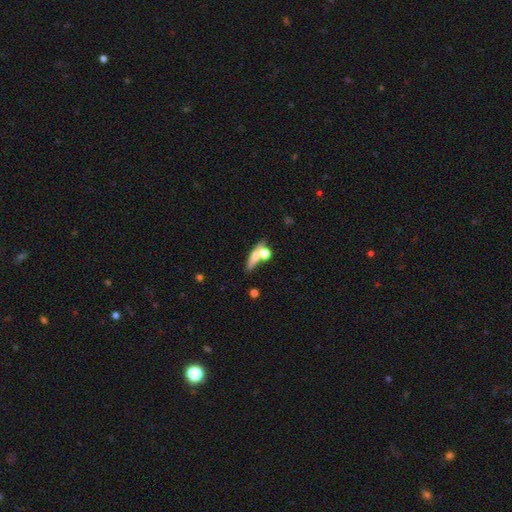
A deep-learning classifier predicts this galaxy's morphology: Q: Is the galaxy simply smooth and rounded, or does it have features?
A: smooth — 61%.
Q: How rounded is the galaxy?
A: cigar-shaped — 50%.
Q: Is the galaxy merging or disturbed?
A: none — 48%.